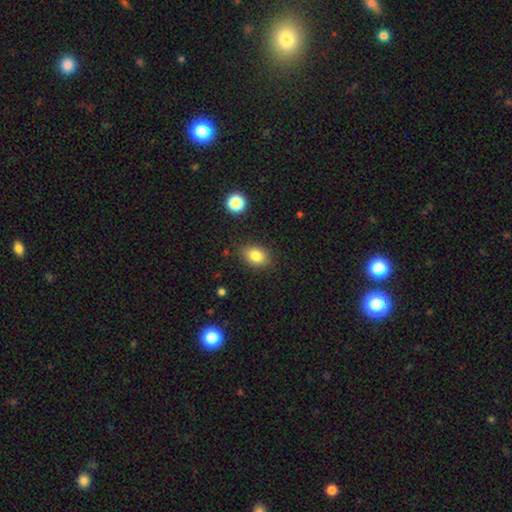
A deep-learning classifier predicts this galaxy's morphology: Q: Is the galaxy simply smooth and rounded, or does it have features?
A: smooth — 82%.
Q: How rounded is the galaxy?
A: in between — 71%.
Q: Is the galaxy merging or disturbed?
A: none — 84%.